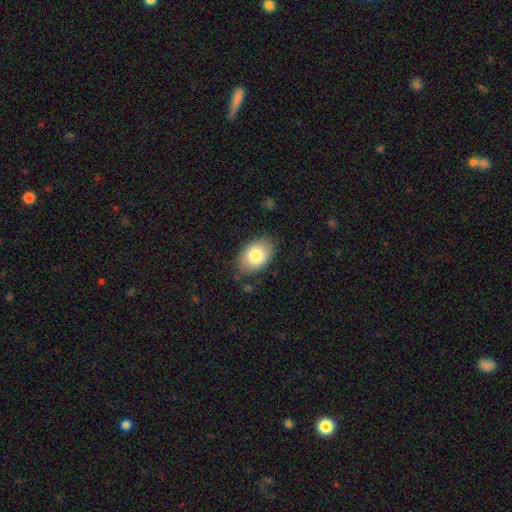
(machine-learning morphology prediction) A smooth galaxy with no disk features (81%) that is in between round and cigar-shaped (87%).

Vote fractions:
- Smooth or featured? smooth: 81% / featured or disk: 12% / star or artifact: 7%
- How rounded? in between: 87% / round: 12% / cigar-shaped: 1%
- Merging? none: 78% / minor disturbance: 17% / major disturbance: 4% / merger: 2%